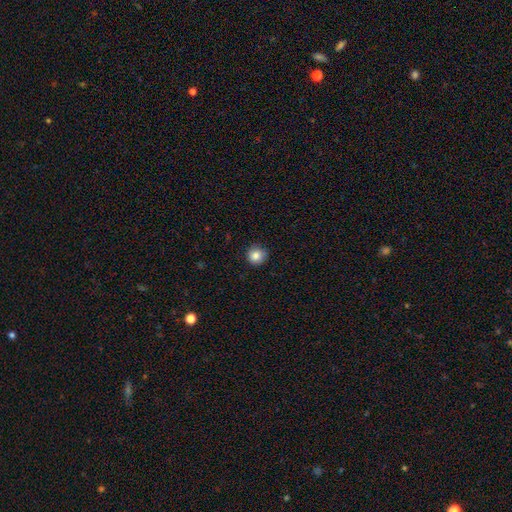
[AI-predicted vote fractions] Smooth or featured?
  - smooth: 85% *
  - star or artifact: 10%
  - featured or disk: 6%
How rounded?
  - round: 92% *
  - in between: 7%
  - cigar-shaped: 1%
Merging?
  - none: 87% *
  - minor disturbance: 10%
  - major disturbance: 2%
  - merger: 1%